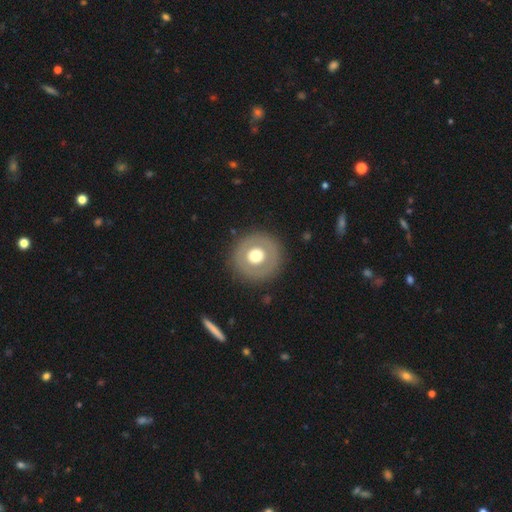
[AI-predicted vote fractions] A smooth galaxy with no disk features (54%) that is round (95%). Merging: none (87%).